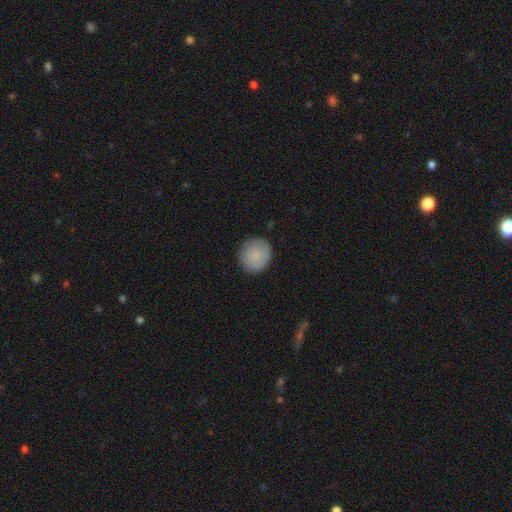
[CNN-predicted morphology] This appears to be a smooth galaxy with no disk features (85%) that is round (87%). Merging: none (85%).